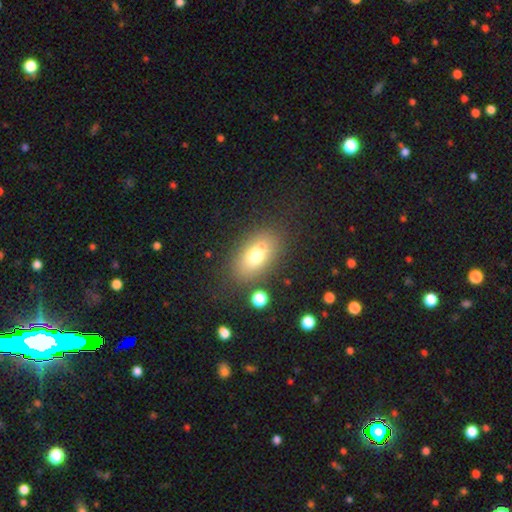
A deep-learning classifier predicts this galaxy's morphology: smooth 70%, featured or disk 19%, star or artifact 10%. Down the decision tree: how rounded — in between (86%); merging — none (75%).